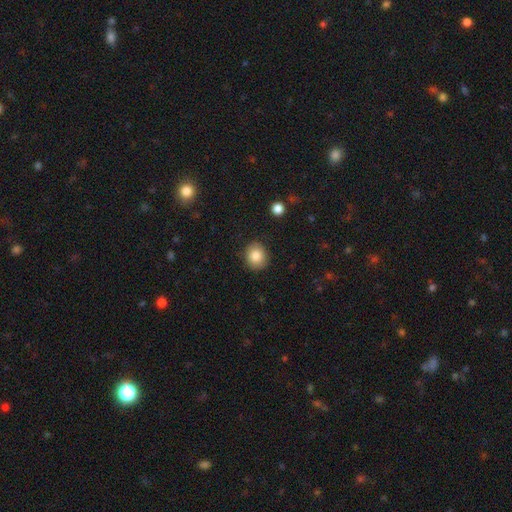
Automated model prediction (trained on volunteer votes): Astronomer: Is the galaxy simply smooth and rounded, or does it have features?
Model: smooth — 84%.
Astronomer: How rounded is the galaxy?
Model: round — 72%.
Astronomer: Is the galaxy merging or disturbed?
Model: none — 86%.